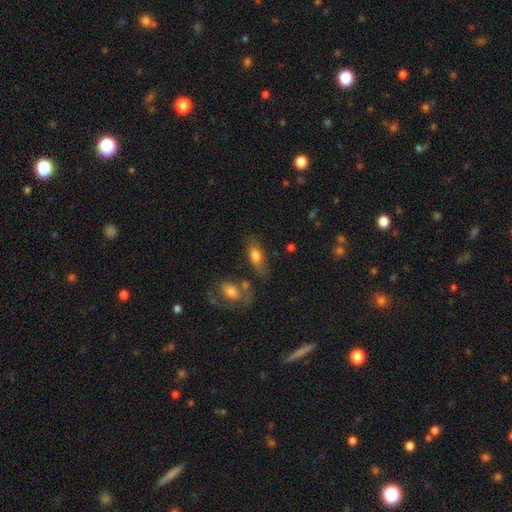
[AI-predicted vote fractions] The model was most divided on "merging": none: 62%, minor disturbance: 19%, merger: 12%, major disturbance: 7%. More confident: how rounded — in between (74%); smooth or featured — smooth (72%).